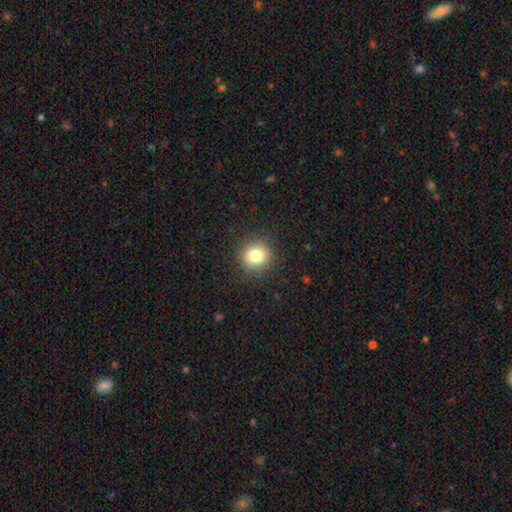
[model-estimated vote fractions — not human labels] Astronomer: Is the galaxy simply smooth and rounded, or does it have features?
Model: smooth — 81%.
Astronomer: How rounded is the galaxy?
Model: round — 90%.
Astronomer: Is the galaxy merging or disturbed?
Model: none — 89%.